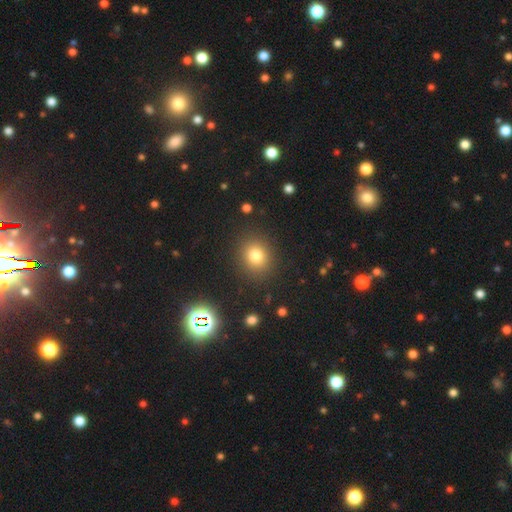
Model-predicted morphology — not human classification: Smooth or featured?
  - smooth: 79% *
  - star or artifact: 14%
  - featured or disk: 7%
How rounded?
  - round: 75% *
  - in between: 24%
  - cigar-shaped: 1%
Merging?
  - none: 88% *
  - minor disturbance: 8%
  - major disturbance: 3%
  - merger: 2%